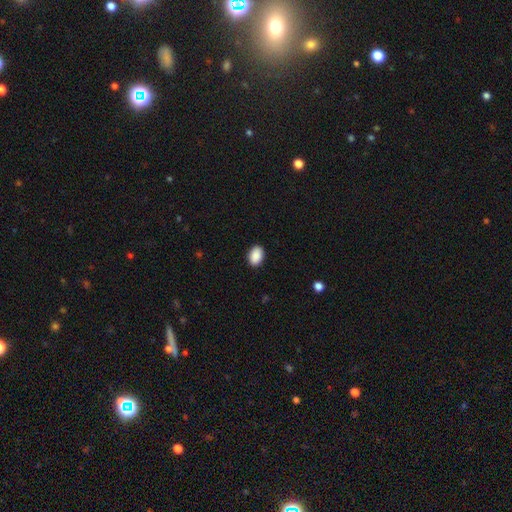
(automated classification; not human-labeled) Overall: smooth (90%). How rounded: in between (84%). Merging: none (90%).